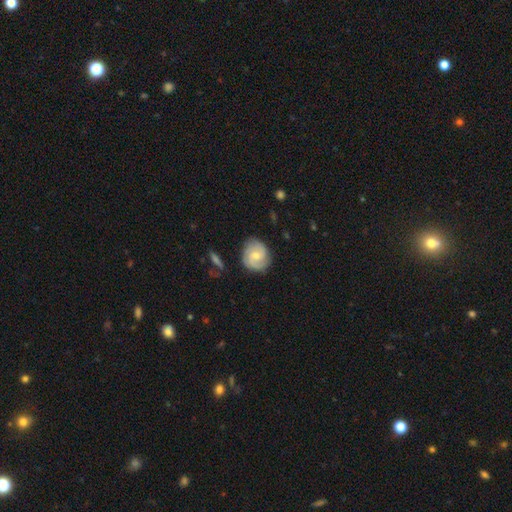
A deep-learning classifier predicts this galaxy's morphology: A featured or disk galaxy (71%) with no bar (57%), 2 (66%) tight (48%) spiral arms (94%) and a small central bulge (50%).

Vote fractions:
- Smooth or featured? featured or disk: 71% / smooth: 23% / star or artifact: 6%
- Edge-on disk? no: 98% / yes: 2%
- Bar? no: 57% / weak: 37% / strong: 5%
- Spiral arms? yes: 94% / no: 6%
- Spiral winding? tight: 48% / medium: 39% / loose: 12%
- Spiral arm count? 2: 66% / can't tell: 14% / 3: 12% / 1: 4% / 4: 2% / more than 4: 2%
- Bulge size? small: 50% / moderate: 45% / none: 2% / large: 2% / dominant: 1%
- Merging? none: 78% / minor disturbance: 16% / major disturbance: 4% / merger: 2%